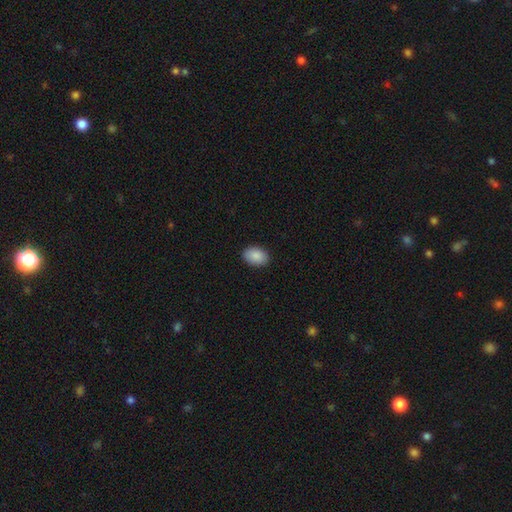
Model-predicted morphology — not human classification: Overall: smooth (89%). How rounded: in between (86%). Merging: none (89%).